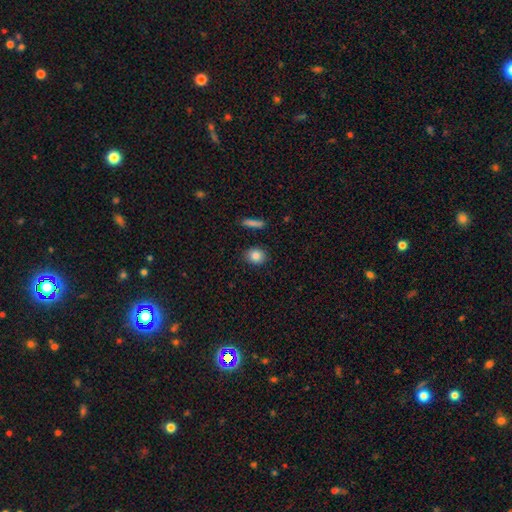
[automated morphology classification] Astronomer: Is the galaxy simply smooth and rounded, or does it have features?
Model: smooth — 85%.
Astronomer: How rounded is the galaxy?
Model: round — 67%.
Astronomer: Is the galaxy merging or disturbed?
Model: none — 88%.